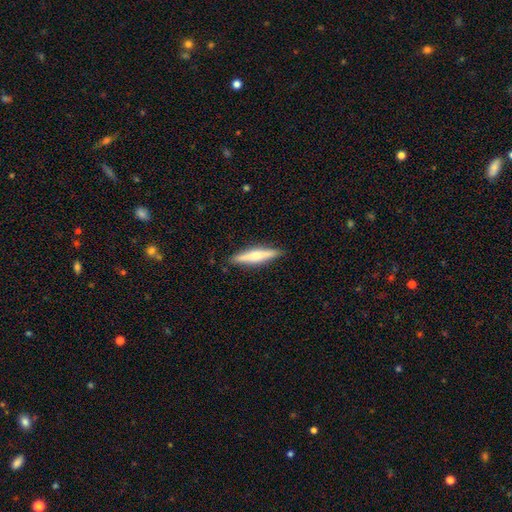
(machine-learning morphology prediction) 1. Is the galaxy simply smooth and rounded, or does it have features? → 48% featured or disk, 47% smooth, 6% star or artifact.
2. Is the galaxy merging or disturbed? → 89% none, 8% minor disturbance, 2% major disturbance, 1% merger.